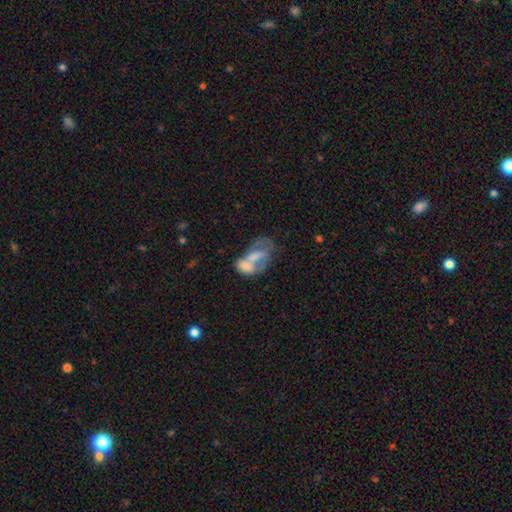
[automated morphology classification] Smooth or featured? smooth (47%)
Merging? merger (55%)